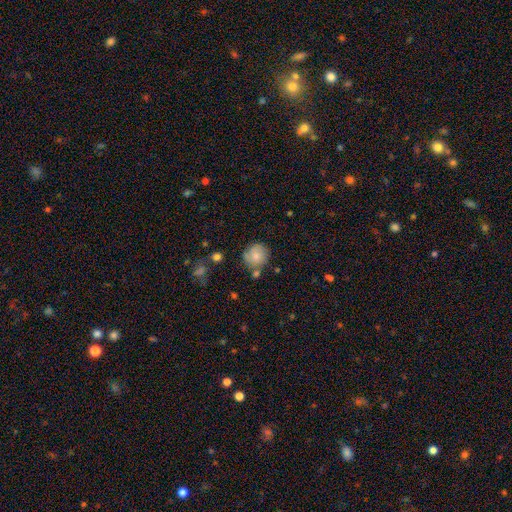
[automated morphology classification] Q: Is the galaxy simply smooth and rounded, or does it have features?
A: smooth — 73%.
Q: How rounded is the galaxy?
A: round — 89%.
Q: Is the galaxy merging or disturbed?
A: none — 69%.